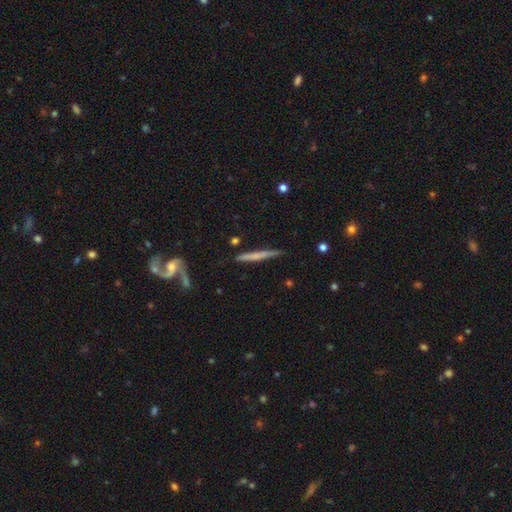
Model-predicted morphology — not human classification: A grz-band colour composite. It shows a featured or disk galaxy (51%) viewed edge-on (92%). Merging: none (84%).